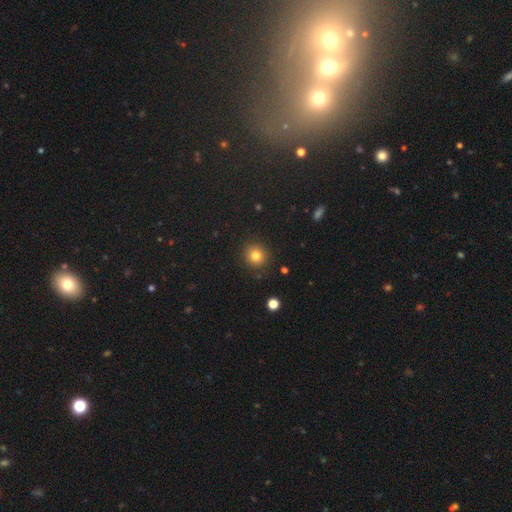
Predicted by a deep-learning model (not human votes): Smooth or featured? Predicted: smooth (p=0.81). How rounded? Predicted: round (p=0.92). Merging? Predicted: none (p=0.90).